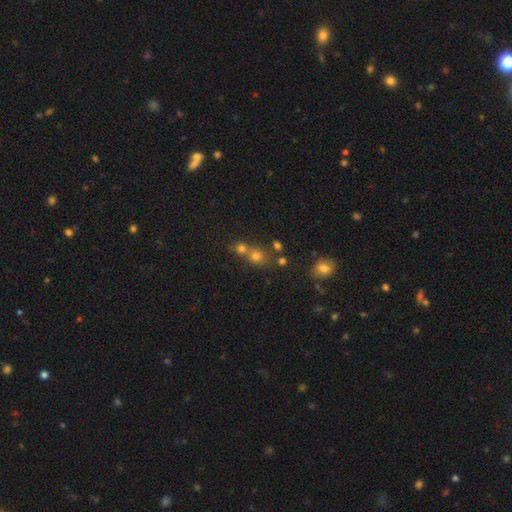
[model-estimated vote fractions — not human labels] Q: Smooth or featured?
A: smooth (60%); runner-up: star or artifact (29%)
Q: How rounded?
A: round (83%); runner-up: in between (16%)
Q: Merging?
A: none (49%); runner-up: merger (42%)